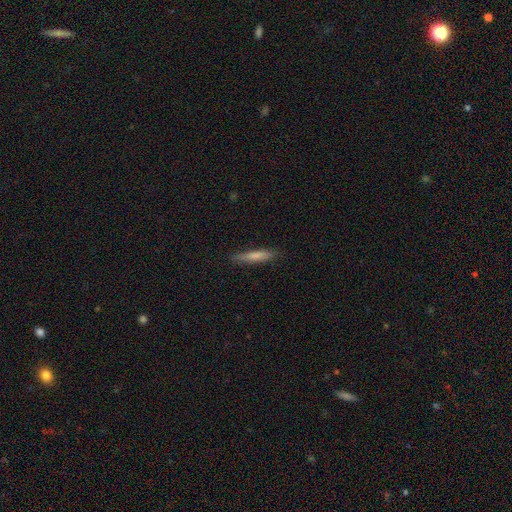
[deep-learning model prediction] The model was most divided on "smooth or featured": smooth: 75%, featured or disk: 19%, star or artifact: 6%. More confident: how rounded — cigar-shaped (89%); merging — none (85%).